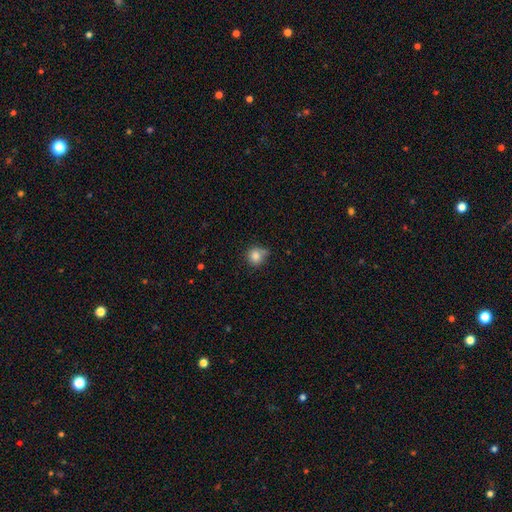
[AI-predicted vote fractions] Overall: smooth (83%). How rounded: round (88%). Merging: none (60%; minor disturbance 26%).